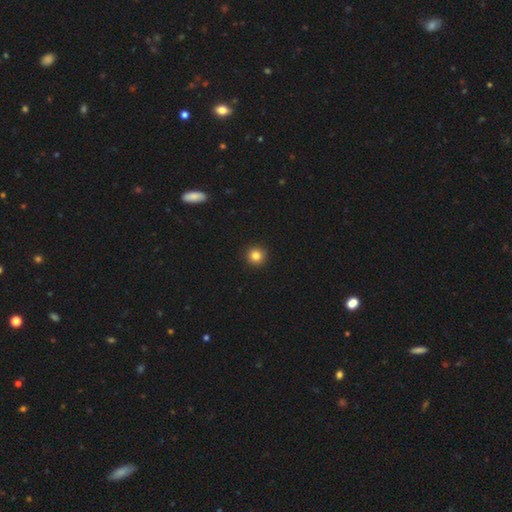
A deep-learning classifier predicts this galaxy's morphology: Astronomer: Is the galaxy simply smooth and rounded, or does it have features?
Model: smooth — 83%.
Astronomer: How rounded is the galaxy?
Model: round — 95%.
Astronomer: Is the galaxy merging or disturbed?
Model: none — 93%.